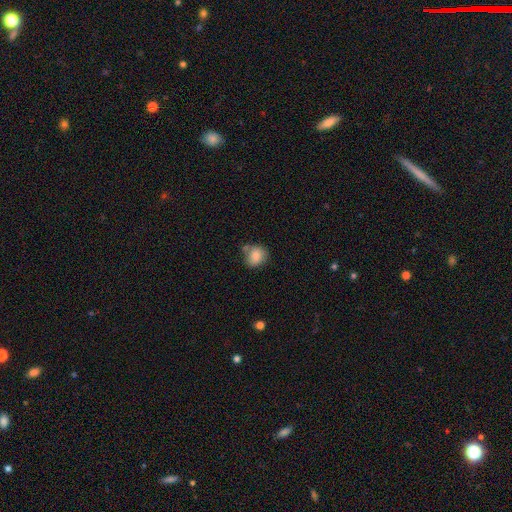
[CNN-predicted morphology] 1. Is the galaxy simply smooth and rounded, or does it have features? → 83% smooth, 9% featured or disk, 8% star or artifact.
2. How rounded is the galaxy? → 66% round, 33% in between, 1% cigar-shaped.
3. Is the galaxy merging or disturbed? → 59% none, 22% minor disturbance, 14% merger, 6% major disturbance.